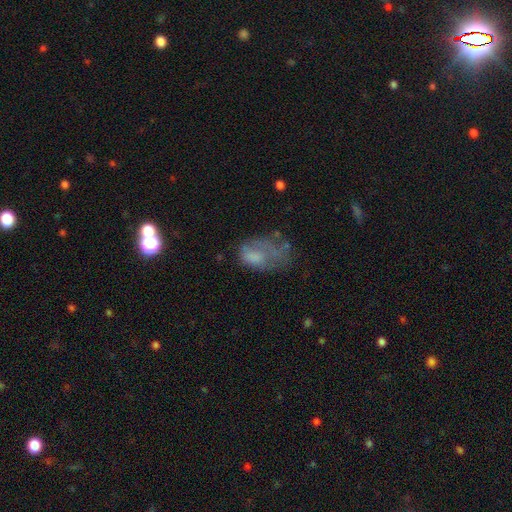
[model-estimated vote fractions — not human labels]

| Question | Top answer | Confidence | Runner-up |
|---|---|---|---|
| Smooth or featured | smooth | 56% | featured or disk (30%) |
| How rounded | in between | 87% | round (10%) |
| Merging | major disturbance | 41% | minor disturbance (27%) |